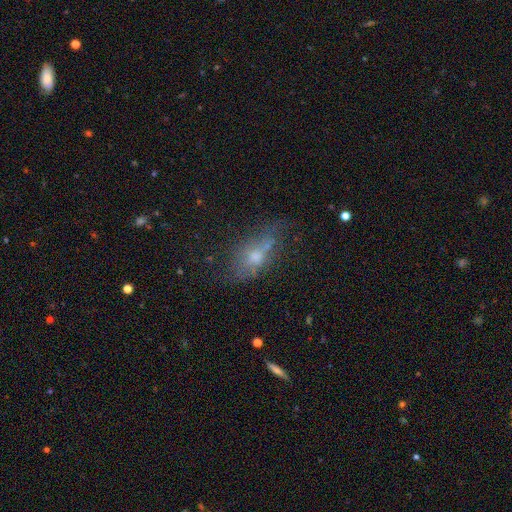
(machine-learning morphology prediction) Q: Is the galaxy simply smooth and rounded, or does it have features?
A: smooth — 50%.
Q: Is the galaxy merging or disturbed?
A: none — 46%.